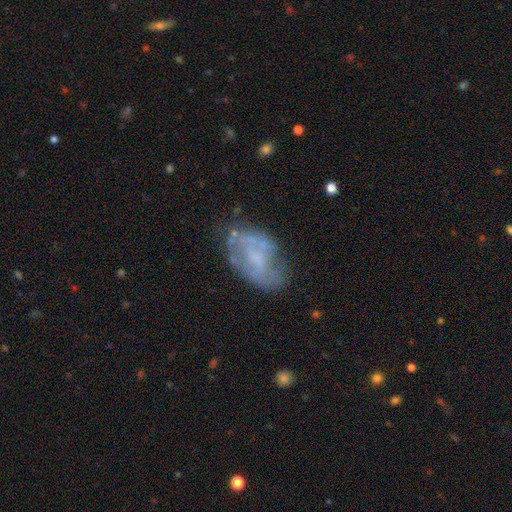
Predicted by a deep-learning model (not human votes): smooth_or_featured: featured or disk (p=0.61) [alt: smooth p=0.30]
disk_edge_on: no (p=0.96) [alt: yes p=0.04]
bar: no (p=0.60) [alt: weak p=0.31]
has_spiral_arms: no (p=0.57) [alt: yes p=0.43]
bulge_size: none (p=0.48) [alt: small p=0.29]
merging: none (p=0.54) [alt: minor disturbance p=0.26]